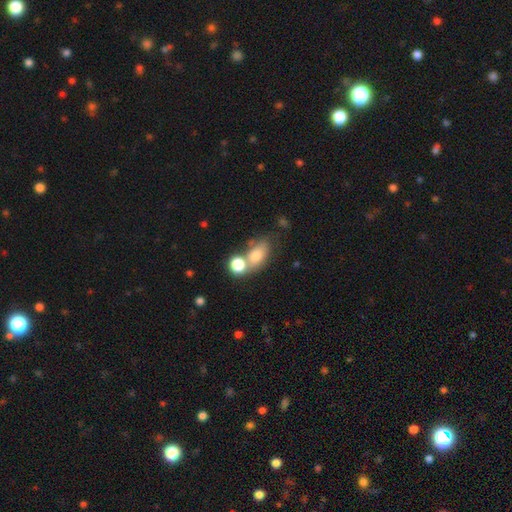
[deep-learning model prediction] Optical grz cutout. It shows a smooth galaxy with no disk features (76%) that is in between round and cigar-shaped (76%). Merging: none (40%).